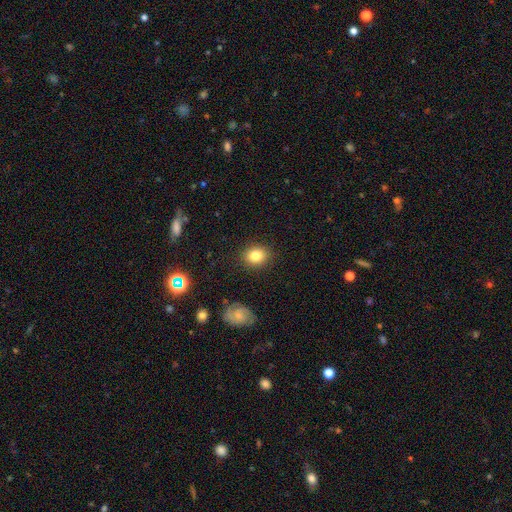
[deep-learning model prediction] This is clearly a smooth galaxy (82%). How rounded: possibly round (59%). Merging: clearly none (87%).